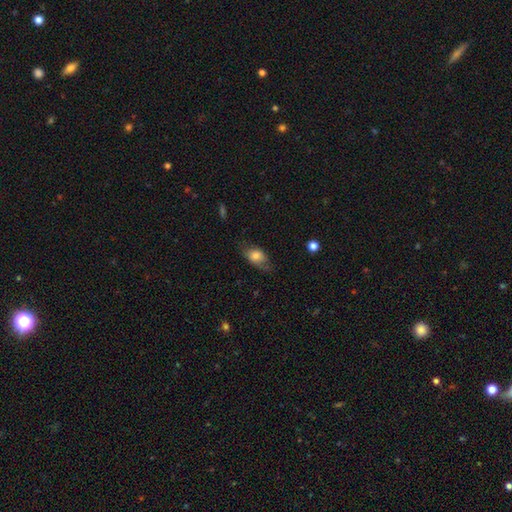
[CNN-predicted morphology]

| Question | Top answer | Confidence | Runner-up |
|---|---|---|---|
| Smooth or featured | smooth | 70% | featured or disk (22%) |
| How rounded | in between | 81% | round (14%) |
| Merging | none | 59% | minor disturbance (28%) |